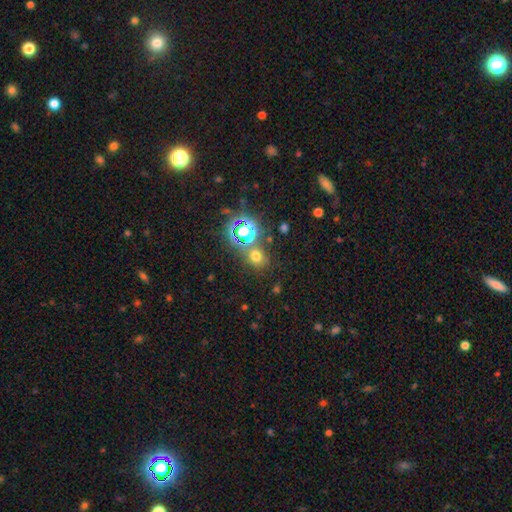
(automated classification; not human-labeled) smooth 60%, star or artifact 32%, featured or disk 8%. Down the decision tree: how rounded — round (72%); merging — none (70%).